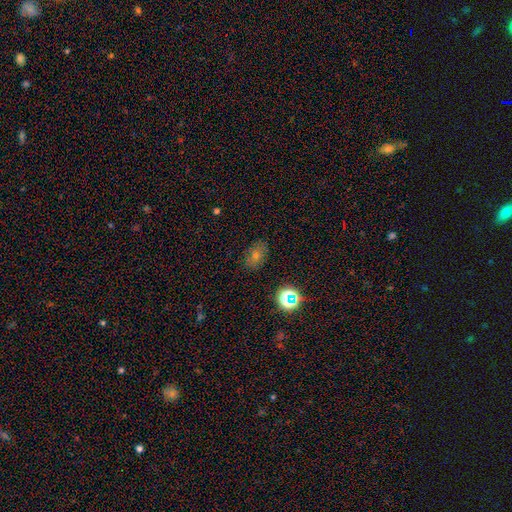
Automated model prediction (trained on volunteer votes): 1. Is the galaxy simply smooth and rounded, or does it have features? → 56% smooth, 29% star or artifact, 16% featured or disk.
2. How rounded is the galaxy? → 70% in between, 28% round, 2% cigar-shaped.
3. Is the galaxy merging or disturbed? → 83% none, 12% minor disturbance, 3% major disturbance, 2% merger.